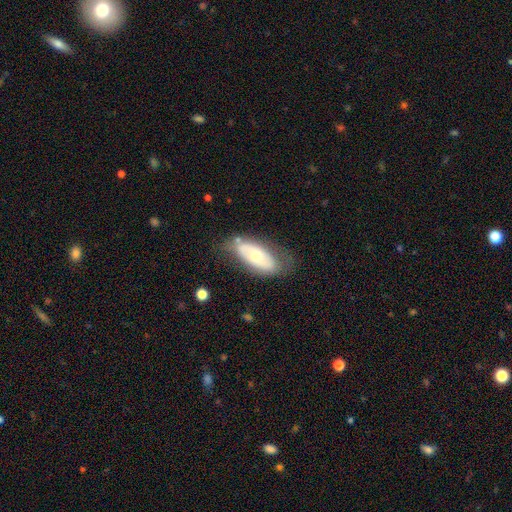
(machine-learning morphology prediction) This appears to be a smooth galaxy with no disk features (48%). Merging: none (64%).